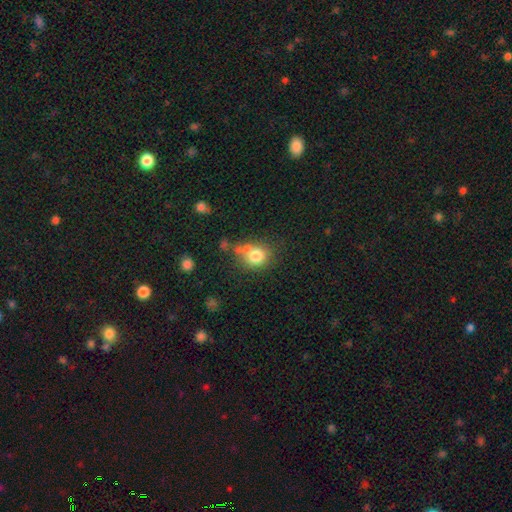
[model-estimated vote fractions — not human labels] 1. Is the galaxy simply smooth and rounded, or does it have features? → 78% smooth, 11% featured or disk, 11% star or artifact.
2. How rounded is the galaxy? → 75% round, 24% in between, 1% cigar-shaped.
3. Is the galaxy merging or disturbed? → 50% none, 21% merger, 20% minor disturbance, 9% major disturbance.